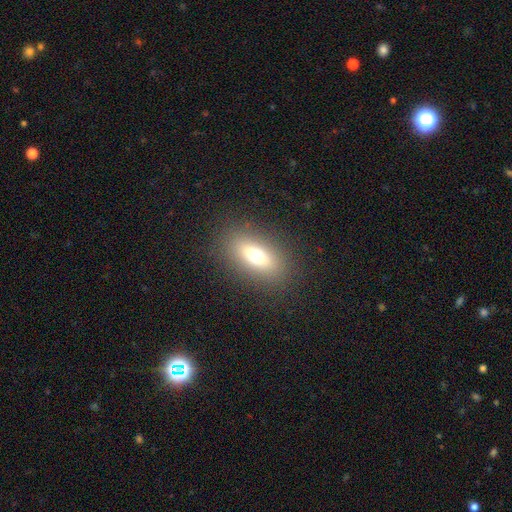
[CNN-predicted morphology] Smooth or featured?
  - smooth: 67% *
  - featured or disk: 21%
  - star or artifact: 13%
How rounded?
  - in between: 77% *
  - cigar-shaped: 13%
  - round: 10%
Merging?
  - none: 86% *
  - minor disturbance: 8%
  - major disturbance: 4%
  - merger: 1%